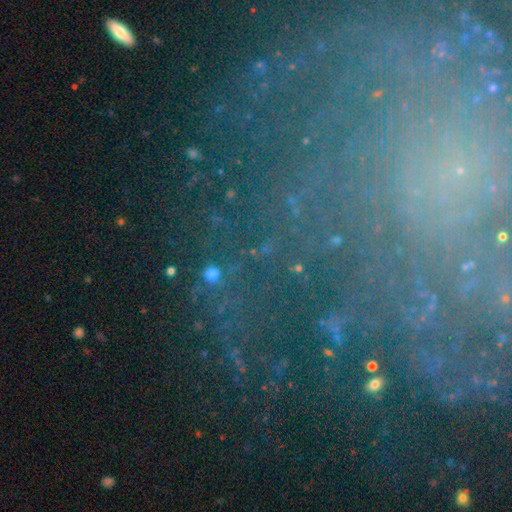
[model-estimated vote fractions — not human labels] A featured or disk galaxy (51%).

Vote fractions:
- Smooth or featured? featured or disk: 51% / star or artifact: 35% / smooth: 14%
- Edge-on disk? no: 90% / yes: 10%
- Merging? none: 73% / minor disturbance: 13% / major disturbance: 10% / merger: 4%